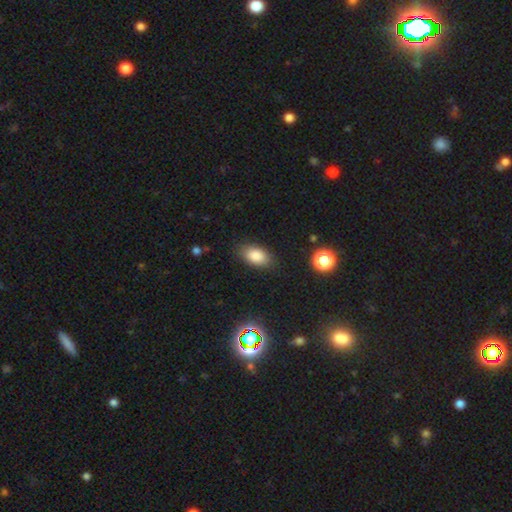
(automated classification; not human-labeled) smooth_or_featured: smooth (p=0.85) [alt: star or artifact p=0.09]
how_rounded: in between (p=0.90) [alt: round p=0.07]
merging: none (p=0.84) [alt: minor disturbance p=0.12]